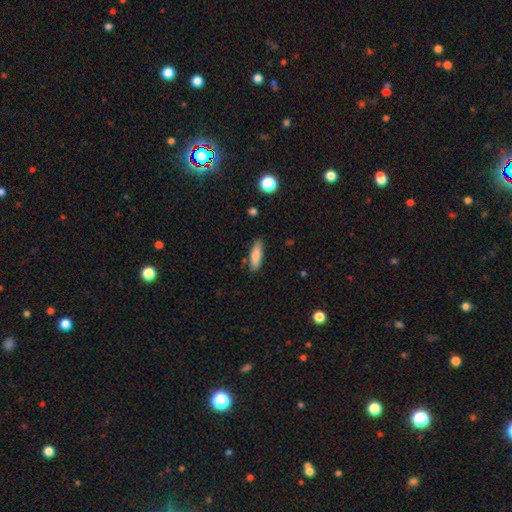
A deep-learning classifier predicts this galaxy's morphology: A smooth galaxy with no disk features (85%) that is in between round and cigar-shaped (50%).

Vote fractions:
- Smooth or featured? smooth: 85% / featured or disk: 8% / star or artifact: 7%
- How rounded? in between: 50% / cigar-shaped: 48% / round: 2%
- Merging? none: 81% / minor disturbance: 14% / major disturbance: 3% / merger: 2%